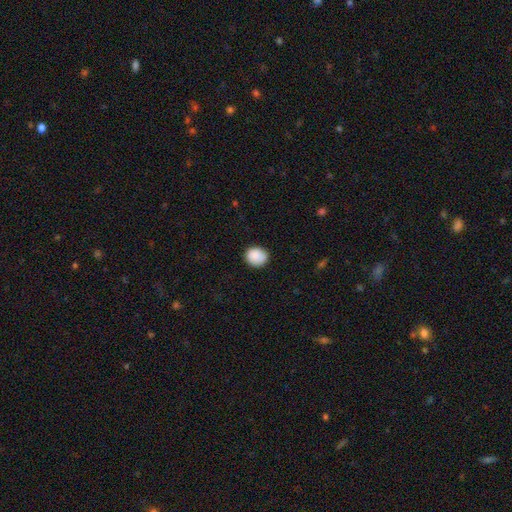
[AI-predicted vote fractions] smooth-or-featured: smooth: 89% | star or artifact: 8% | featured or disk: 3%
  how-rounded: round: 77% | in between: 22% | cigar-shaped: 1%
  merging: none: 85% | minor disturbance: 11% | major disturbance: 2% | merger: 1%